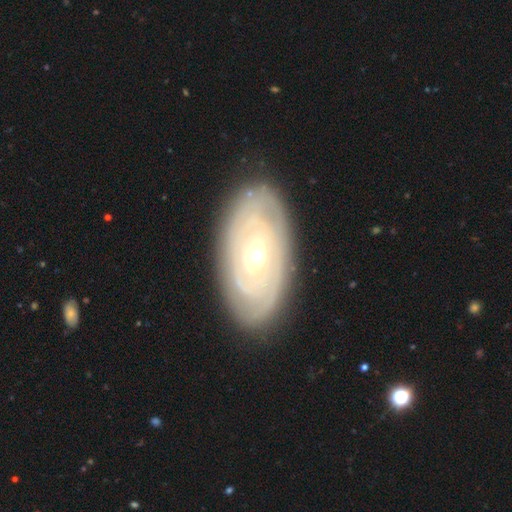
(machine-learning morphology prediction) Smooth or featured? Predicted: featured or disk (p=0.82). Edge-on disk? Predicted: no (p=0.93). Bar? Predicted: no (p=0.56). Spiral arms? Predicted: yes (p=0.86). Spiral winding? Predicted: tight (p=0.84). Spiral arm count? Predicted: can't tell (p=0.49). Bulge size? Predicted: moderate (p=0.59). Merging? Predicted: none (p=0.84).